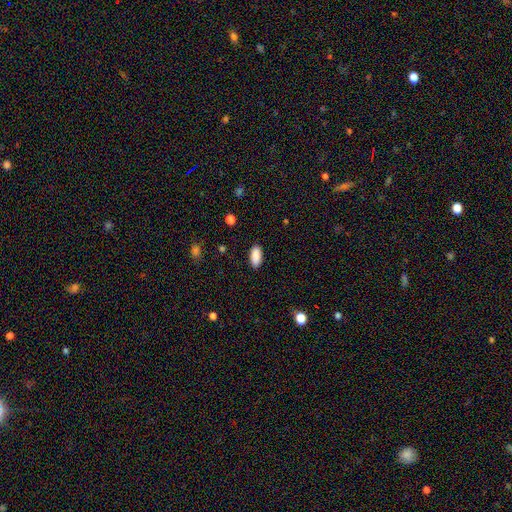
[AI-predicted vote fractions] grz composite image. It shows a smooth galaxy with no disk features (89%) that is in between round and cigar-shaped (88%). Merging: none (88%).